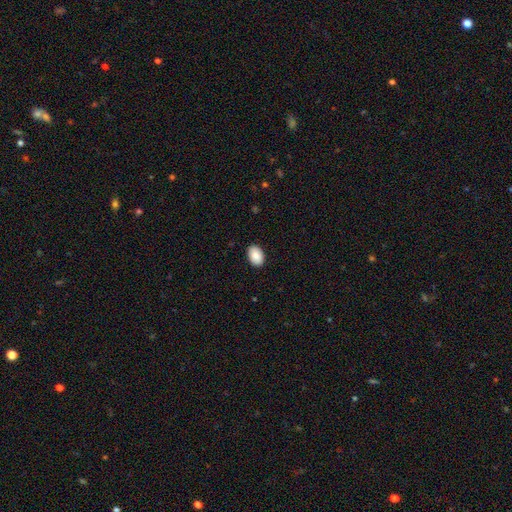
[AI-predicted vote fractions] A smooth galaxy with no disk features (88%) that is in between round and cigar-shaped (86%).

Vote fractions:
- Smooth or featured? smooth: 88% / star or artifact: 7% / featured or disk: 5%
- How rounded? in between: 86% / round: 13% / cigar-shaped: 1%
- Merging? none: 89% / minor disturbance: 8% / major disturbance: 2% / merger: 1%